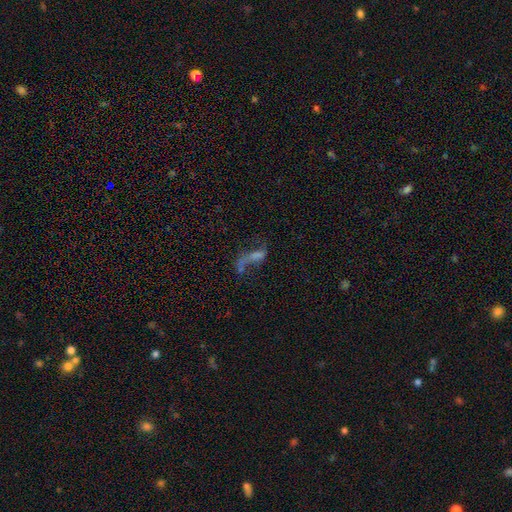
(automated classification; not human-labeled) Morphology: type=featured or disk (55%); edge-on=no (90%); merging=major disturbance (35%).